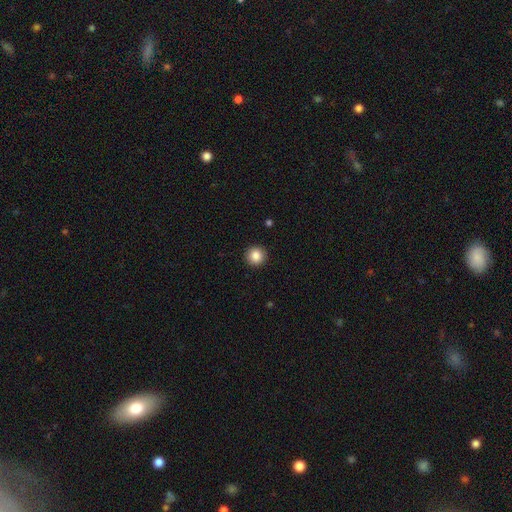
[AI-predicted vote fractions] Smooth or featured: smooth — 87% (star or artifact — 9%)
How rounded: round — 95% (in between — 4%)
Merging: none — 93% (minor disturbance — 4%)